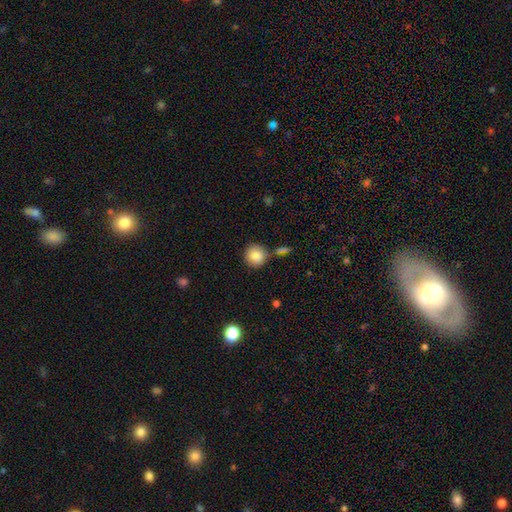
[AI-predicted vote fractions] This appears to be a smooth galaxy with no disk features (87%) that is round (92%). Merging: none (78%).